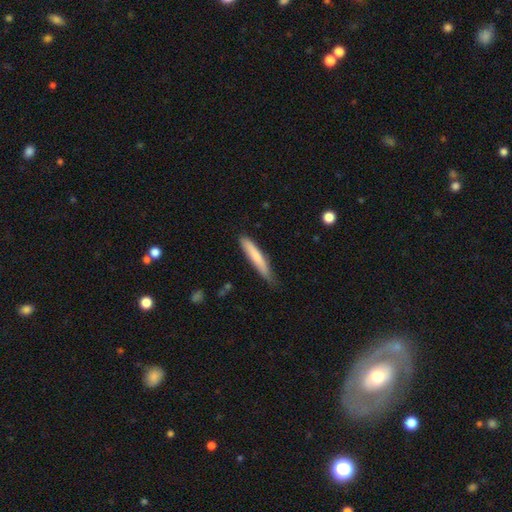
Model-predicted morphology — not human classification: This is likely a smooth galaxy (75%). How rounded: clearly cigar-shaped (93%). Merging: likely none (71%).